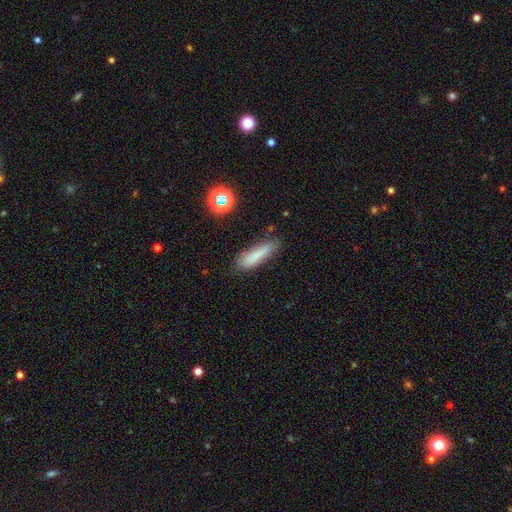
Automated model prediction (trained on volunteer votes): Overall: smooth (77%). How rounded: cigar-shaped (72%). Merging: none (78%).